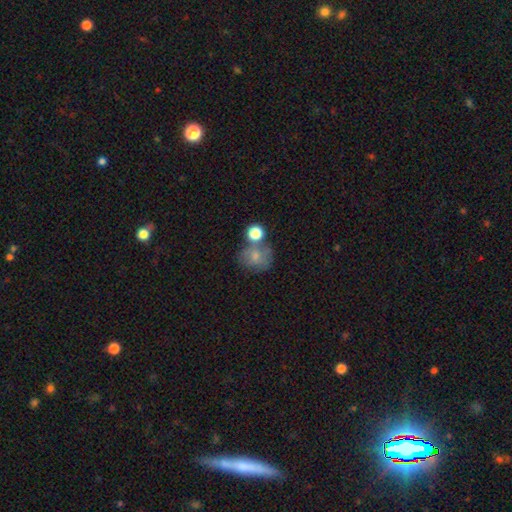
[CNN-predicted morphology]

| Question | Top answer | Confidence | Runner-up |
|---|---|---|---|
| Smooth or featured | smooth | 72% | featured or disk (17%) |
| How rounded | round | 68% | in between (31%) |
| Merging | none | 45% | merger (28%) |